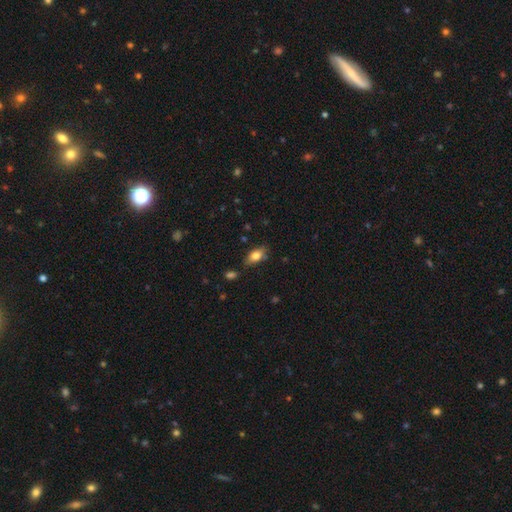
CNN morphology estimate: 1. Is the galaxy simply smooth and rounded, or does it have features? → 78% smooth, 13% featured or disk, 8% star or artifact.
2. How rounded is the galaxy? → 87% in between, 7% cigar-shaped, 5% round.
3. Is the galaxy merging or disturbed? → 73% none, 19% minor disturbance, 4% merger, 4% major disturbance.